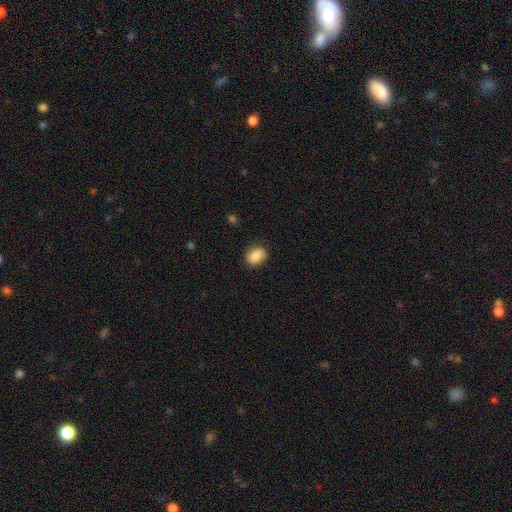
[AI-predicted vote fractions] Smooth or featured?
  - smooth: 85% *
  - featured or disk: 8%
  - star or artifact: 8%
How rounded?
  - in between: 70% *
  - round: 29%
  - cigar-shaped: 1%
Merging?
  - none: 79% *
  - minor disturbance: 16%
  - major disturbance: 4%
  - merger: 1%